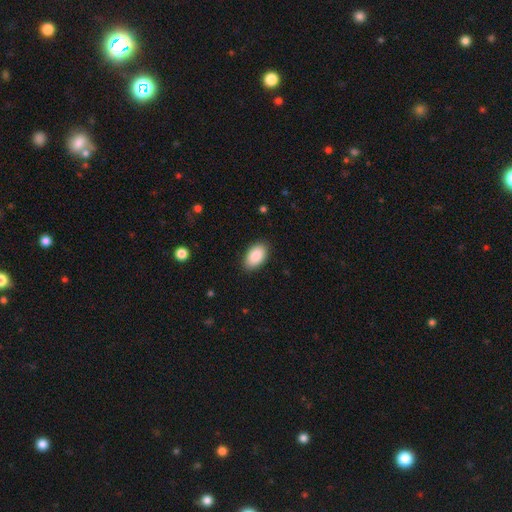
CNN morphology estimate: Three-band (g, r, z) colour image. It shows a smooth galaxy with no disk features (89%) that is in between round and cigar-shaped (94%). Merging: none (88%).